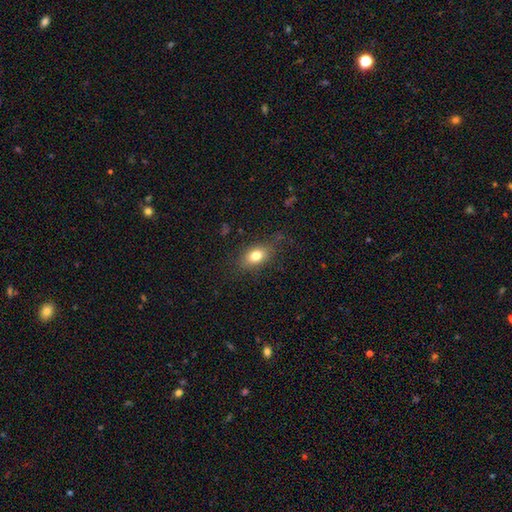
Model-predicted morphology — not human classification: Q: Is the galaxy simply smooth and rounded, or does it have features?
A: smooth — 78%.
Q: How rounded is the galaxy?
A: in between — 79%.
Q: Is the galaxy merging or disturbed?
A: none — 79%.